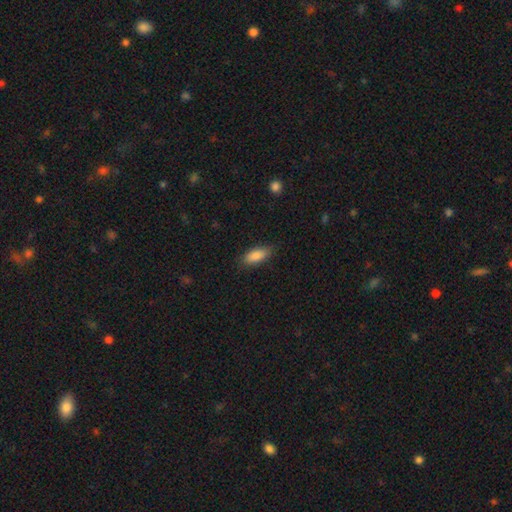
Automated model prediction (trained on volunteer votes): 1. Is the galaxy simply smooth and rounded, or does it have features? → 87% smooth, 7% star or artifact, 6% featured or disk.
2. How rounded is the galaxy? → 81% in between, 17% cigar-shaped, 2% round.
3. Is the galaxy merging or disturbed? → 83% none, 13% minor disturbance, 3% major disturbance, 1% merger.